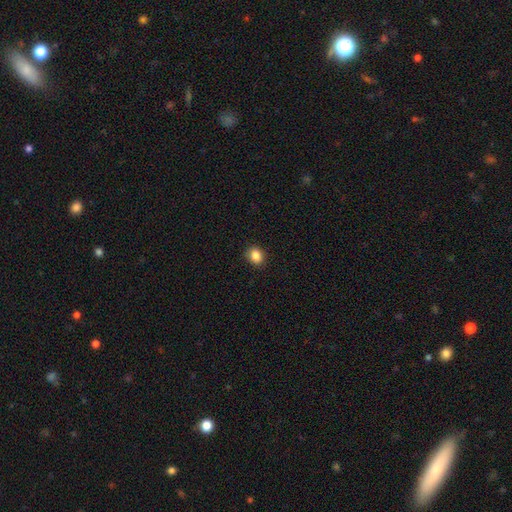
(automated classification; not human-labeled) smooth-or-featured: smooth: 86% | star or artifact: 10% | featured or disk: 4%
  how-rounded: round: 60% | in between: 39% | cigar-shaped: 1%
  merging: none: 84% | minor disturbance: 12% | major disturbance: 3% | merger: 1%